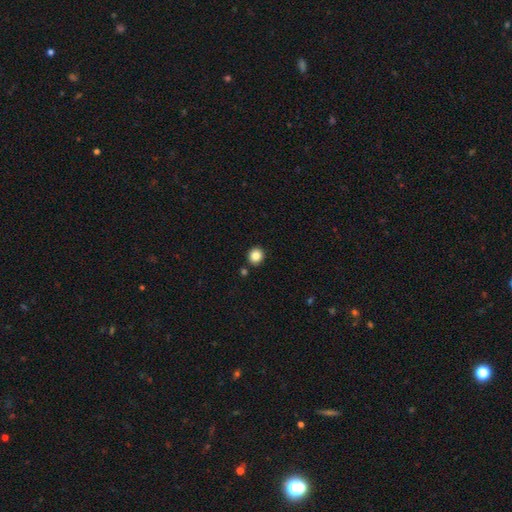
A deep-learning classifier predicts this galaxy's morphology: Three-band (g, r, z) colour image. It shows a smooth galaxy with no disk features (86%) that is round (88%). Merging: none (88%).